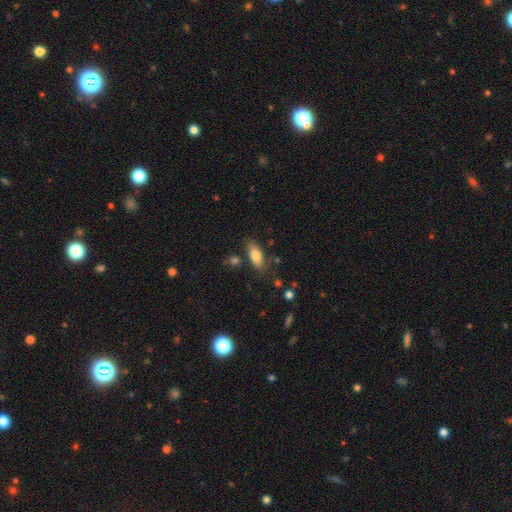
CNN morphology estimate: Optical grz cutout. It shows a smooth galaxy with no disk features (76%) that is in between round and cigar-shaped (78%). Merging: none (77%).